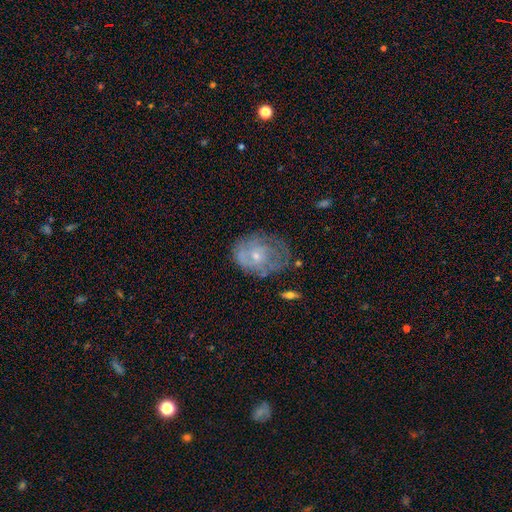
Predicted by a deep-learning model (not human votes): Smooth or featured? featured or disk (61%)
Edge-on disk? no (97%)
Bar? no (79%)
Spiral arms? yes (63%)
Bulge size? small (65%)
Merging? none (49%)